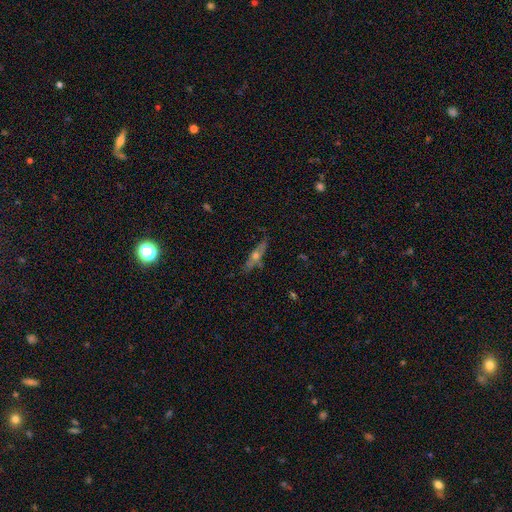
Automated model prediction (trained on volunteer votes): featured or disk 58%, smooth 34%, star or artifact 8%. Down the decision tree: edge-on disk — yes (85%); merging — none (79%).